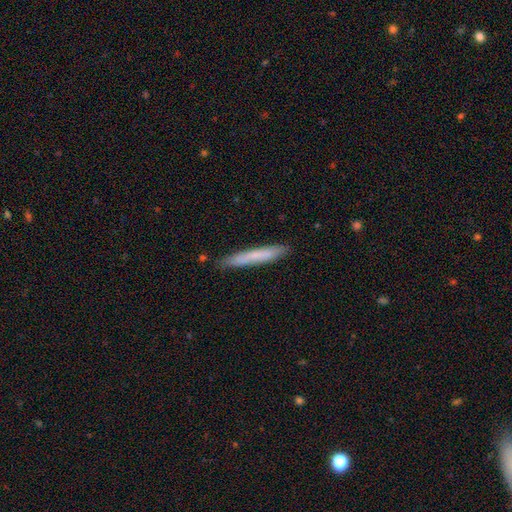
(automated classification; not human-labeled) smooth_or_featured: smooth (p=0.67) [alt: featured or disk p=0.27]
how_rounded: cigar-shaped (p=0.96) [alt: in between p=0.03]
merging: none (p=0.86) [alt: minor disturbance p=0.11]